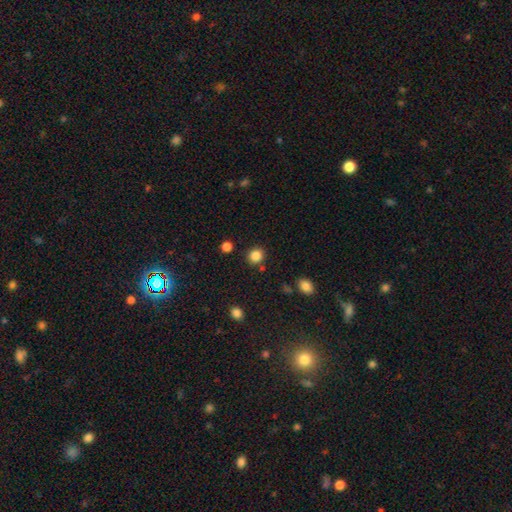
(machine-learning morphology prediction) Overall: smooth (85%). How rounded: round (86%). Merging: none (86%).